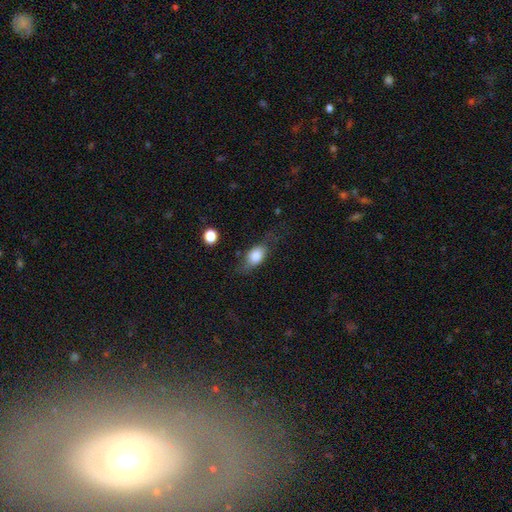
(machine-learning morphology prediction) smooth_or_featured: smooth (p=0.73) [alt: featured or disk p=0.20]
how_rounded: in between (p=0.77) [alt: round p=0.15]
merging: none (p=0.56) [alt: minor disturbance p=0.26]